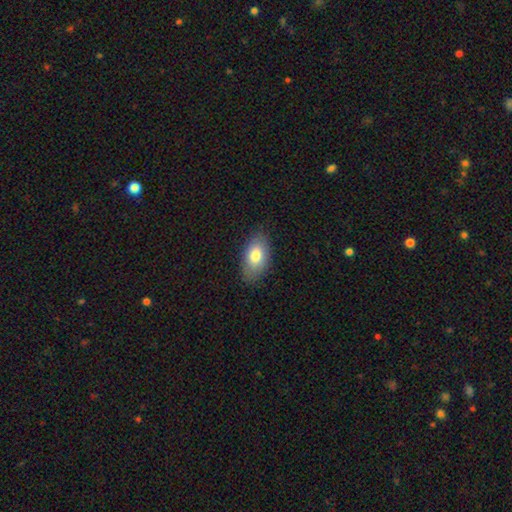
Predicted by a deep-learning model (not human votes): Smooth or featured?
  - smooth: 79% *
  - featured or disk: 14%
  - star or artifact: 7%
How rounded?
  - in between: 93% *
  - round: 5%
  - cigar-shaped: 2%
Merging?
  - none: 83% *
  - minor disturbance: 13%
  - major disturbance: 3%
  - merger: 1%